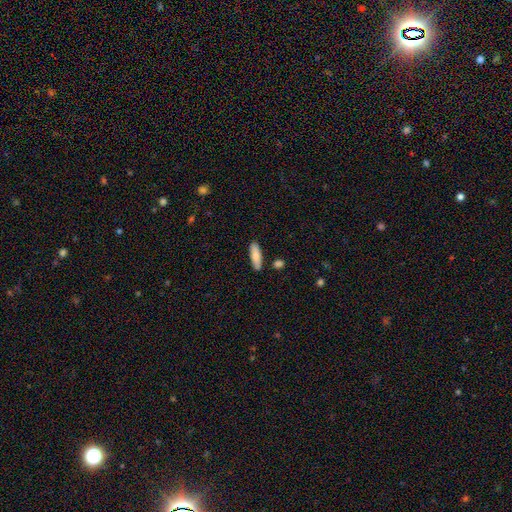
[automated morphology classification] type=smooth (84%); roundness=in between (51%); merging=none (85%).